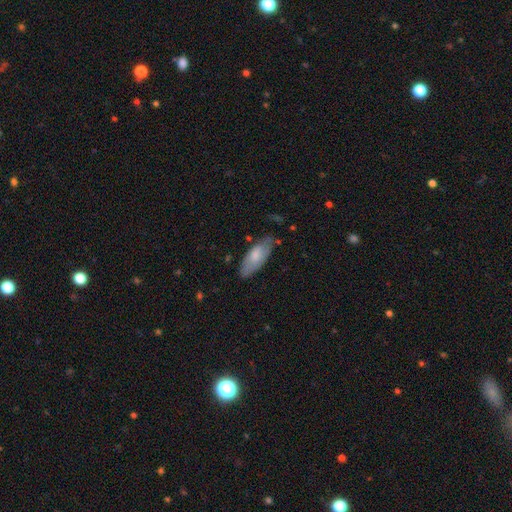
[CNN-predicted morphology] Overall: smooth (70%). How rounded: in between (77%). Merging: none (68%).